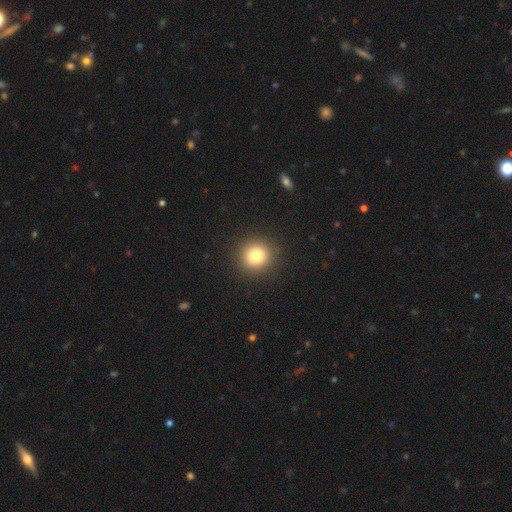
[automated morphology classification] smooth 81%, star or artifact 11%, featured or disk 7%. Down the decision tree: how rounded — round (90%); merging — none (91%).